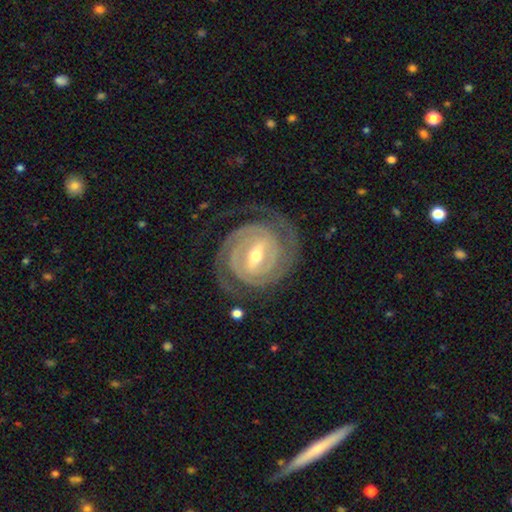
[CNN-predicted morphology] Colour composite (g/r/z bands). It shows a featured or disk galaxy (93%) with a strong bar (58%), 2 (78%) tight (78%) spiral arms (98%) and a moderate central bulge (56%). Merging: none (80%).